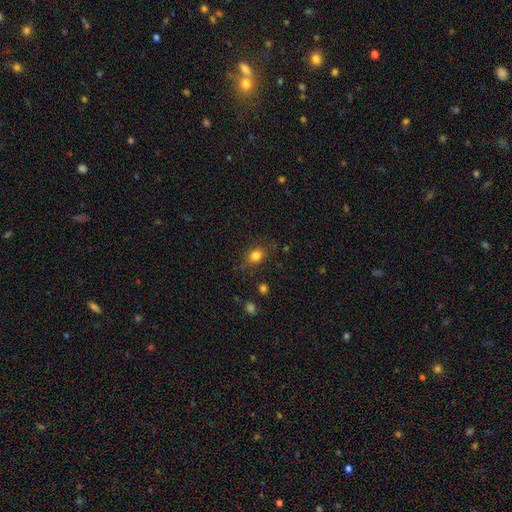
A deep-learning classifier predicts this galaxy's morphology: A smooth galaxy with no disk features (82%) that is round (59%).

Vote fractions:
- Smooth or featured? smooth: 82% / star or artifact: 12% / featured or disk: 7%
- How rounded? round: 59% / in between: 40% / cigar-shaped: 1%
- Merging? none: 79% / minor disturbance: 15% / major disturbance: 4% / merger: 2%